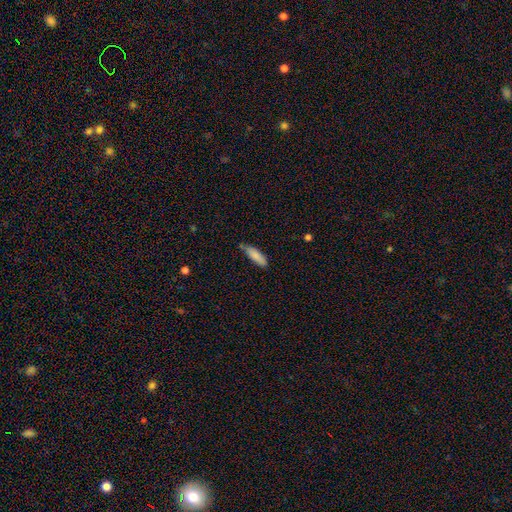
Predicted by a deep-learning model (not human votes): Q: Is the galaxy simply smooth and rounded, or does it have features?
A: smooth — 85%.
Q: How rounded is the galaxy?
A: cigar-shaped — 55%.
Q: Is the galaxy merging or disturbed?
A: none — 66%.